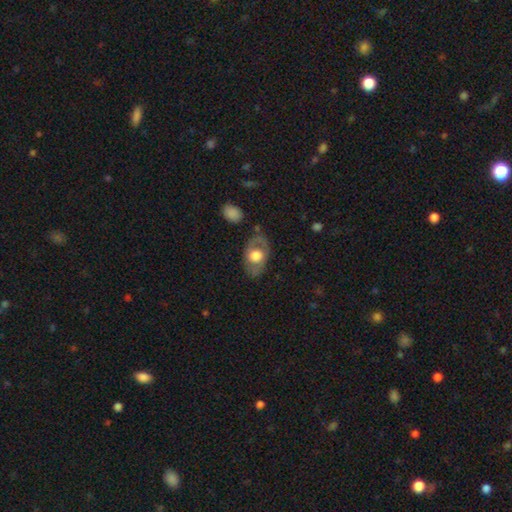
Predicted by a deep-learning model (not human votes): This is possibly a featured or disk galaxy (48%). Merging: likely none (73%).